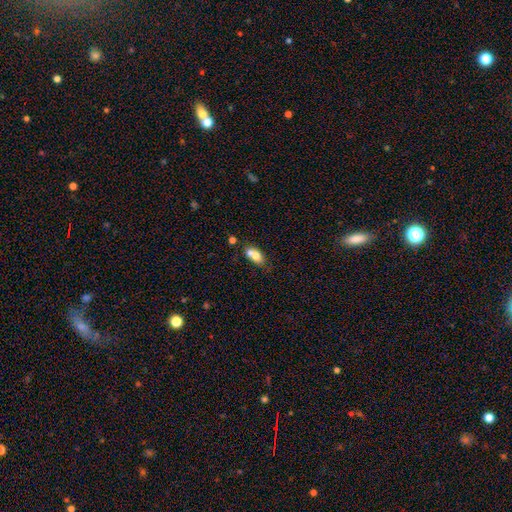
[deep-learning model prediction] Smooth or featured? Predicted: smooth (p=0.71). How rounded? Predicted: in between (p=0.77). Merging? Predicted: merger (p=0.53).